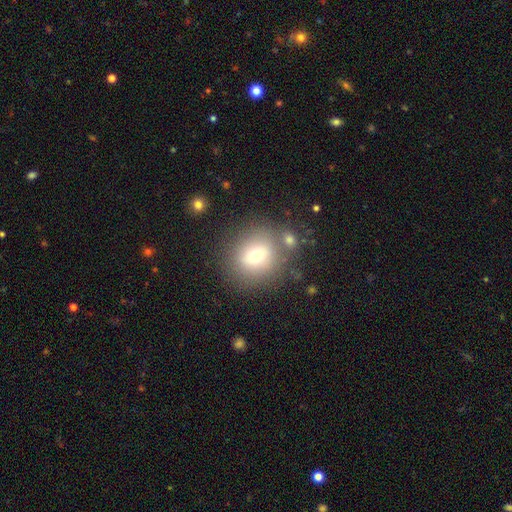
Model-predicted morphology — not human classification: Overall: smooth (68%). How rounded: round (84%). Merging: none (72%).